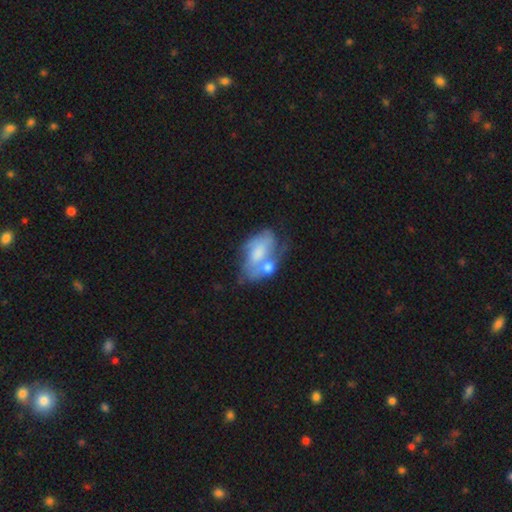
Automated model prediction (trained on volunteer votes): Smooth or featured? Predicted: featured or disk (p=0.53). Edge-on disk? Predicted: no (p=0.95). Bar? Predicted: no (p=0.71). Spiral arms? Predicted: yes (p=0.55). Bulge size? Predicted: moderate (p=0.32). Merging? Predicted: merger (p=0.35).